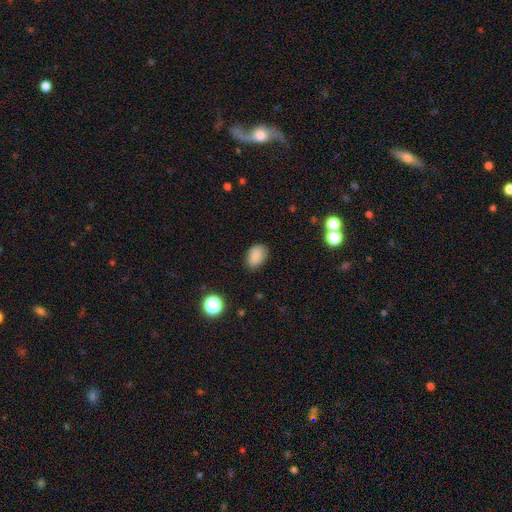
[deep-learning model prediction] A smooth galaxy with no disk features (86%) that is in between round and cigar-shaped (78%).

Vote fractions:
- Smooth or featured? smooth: 86% / star or artifact: 10% / featured or disk: 4%
- How rounded? in between: 78% / round: 21% / cigar-shaped: 1%
- Merging? none: 80% / minor disturbance: 15% / major disturbance: 3% / merger: 1%